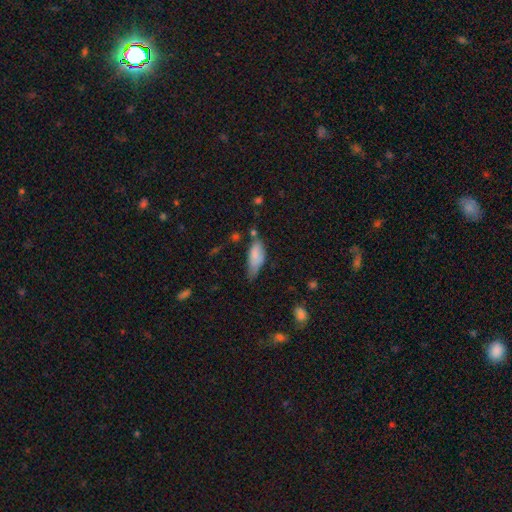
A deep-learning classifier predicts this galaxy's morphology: Smooth or featured: smooth — 80% (featured or disk — 13%)
How rounded: in between — 77% (cigar-shaped — 21%)
Merging: minor disturbance — 45% (none — 32%)